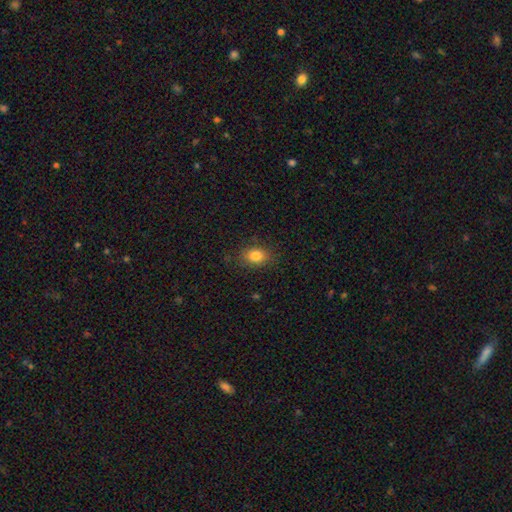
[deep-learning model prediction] Smooth or featured? smooth (83%)
How rounded? in between (67%)
Merging? none (84%)